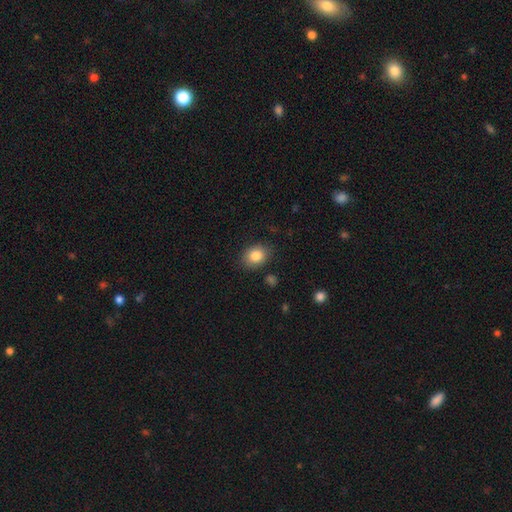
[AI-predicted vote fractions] smooth 85%, star or artifact 8%, featured or disk 7%. Down the decision tree: how rounded — in between (61%); merging — none (84%).